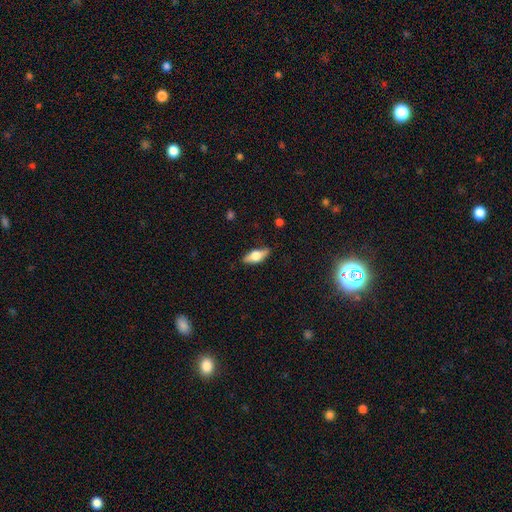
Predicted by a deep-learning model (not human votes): Overall: smooth (54%; featured or disk 40%). How rounded: in between (75%). Merging: none (83%).